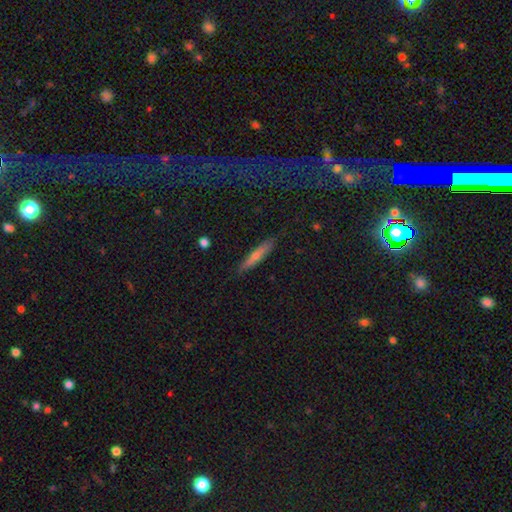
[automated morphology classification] Overall: smooth (55%; featured or disk 37%). How rounded: cigar-shaped (90%). Merging: none (87%).